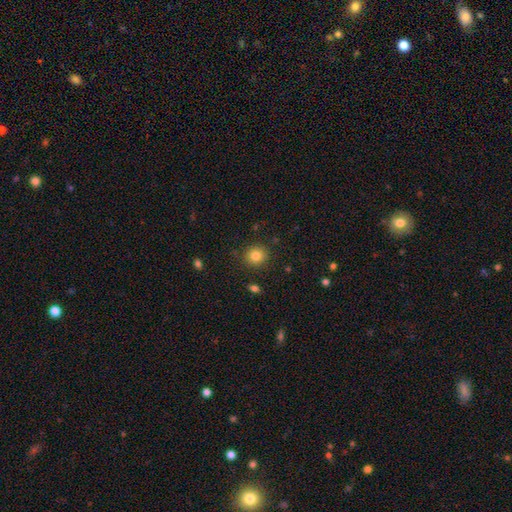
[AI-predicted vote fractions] Smooth or featured? smooth (83%)
How rounded? round (85%)
Merging? none (89%)